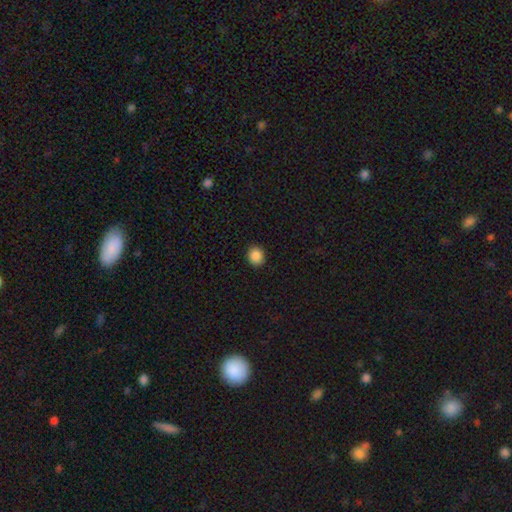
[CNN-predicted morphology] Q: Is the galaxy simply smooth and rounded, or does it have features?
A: smooth — 88%.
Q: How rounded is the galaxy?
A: round — 70%.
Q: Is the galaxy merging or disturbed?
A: none — 90%.